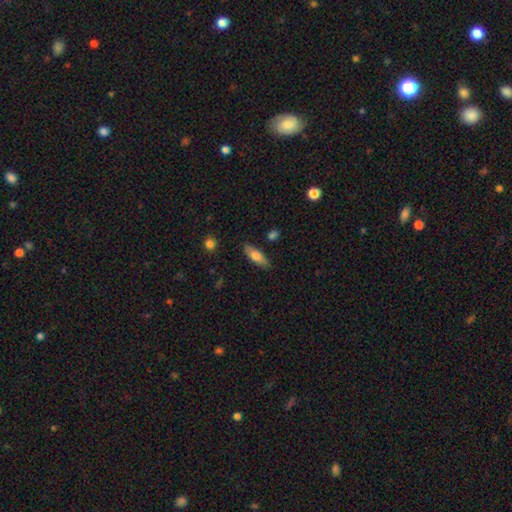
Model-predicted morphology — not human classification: Smooth or featured? Predicted: smooth (p=0.70). How rounded? Predicted: in between (p=0.59). Merging? Predicted: none (p=0.84).